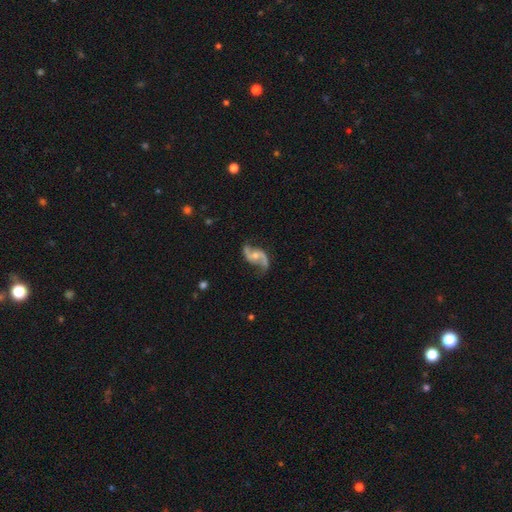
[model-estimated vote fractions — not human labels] This is clearly a featured or disk galaxy (89%). It is clearly not viewed edge-on (97%). Bar: marginally no (45%). Spiral arm pattern: clearly yes (96%). Spiral arm count: clearly 2 (93%). Spiral winding: likely loose (75%). Central bulge: possibly small (47%). Merging: likely none (71%).